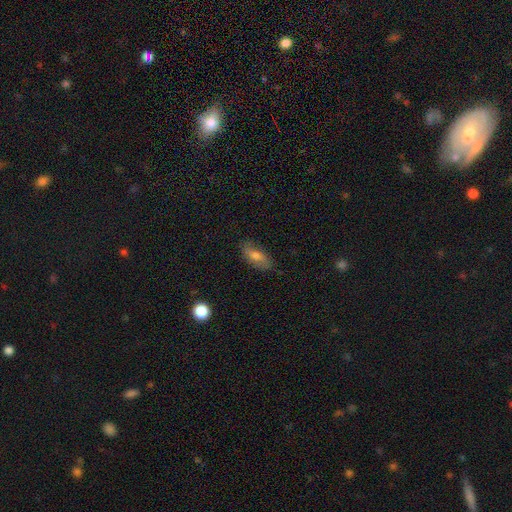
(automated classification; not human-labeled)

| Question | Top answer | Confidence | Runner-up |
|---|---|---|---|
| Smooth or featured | smooth | 62% | featured or disk (30%) |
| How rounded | in between | 80% | cigar-shaped (15%) |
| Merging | none | 77% | minor disturbance (18%) |